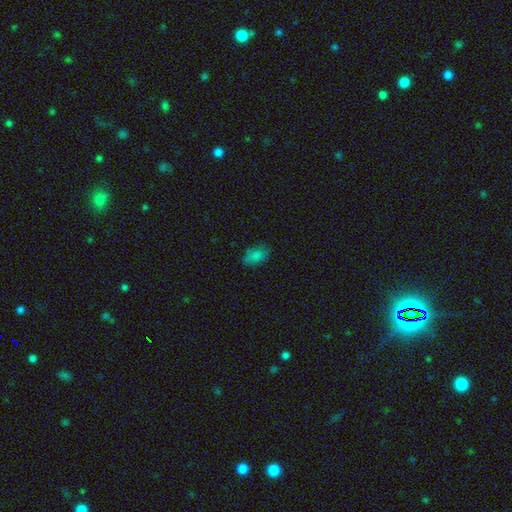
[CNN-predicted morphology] A smooth galaxy with no disk features (82%) that is in between round and cigar-shaped (88%). Merging: none (77%).